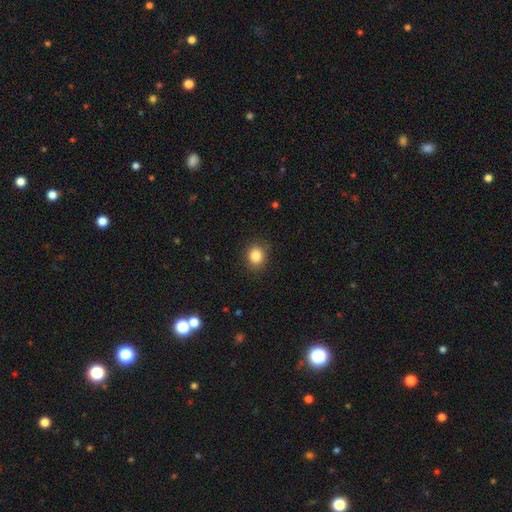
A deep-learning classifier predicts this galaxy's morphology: This is clearly a smooth galaxy (86%). How rounded: likely round (70%). Merging: clearly none (85%).